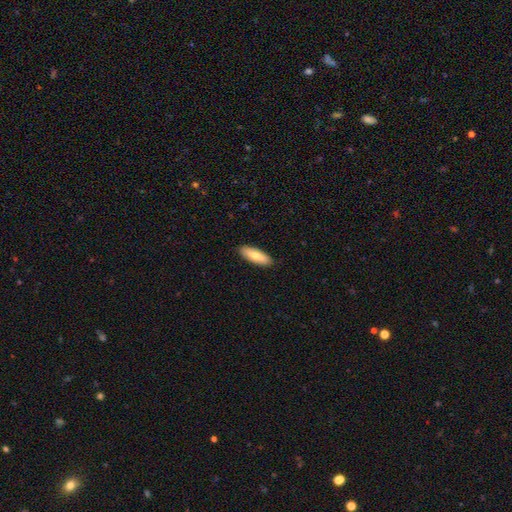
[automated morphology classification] smooth_or_featured: smooth (p=0.75) [alt: featured or disk p=0.19]
how_rounded: in between (p=0.57) [alt: cigar-shaped p=0.41]
merging: none (p=0.90) [alt: minor disturbance p=0.08]